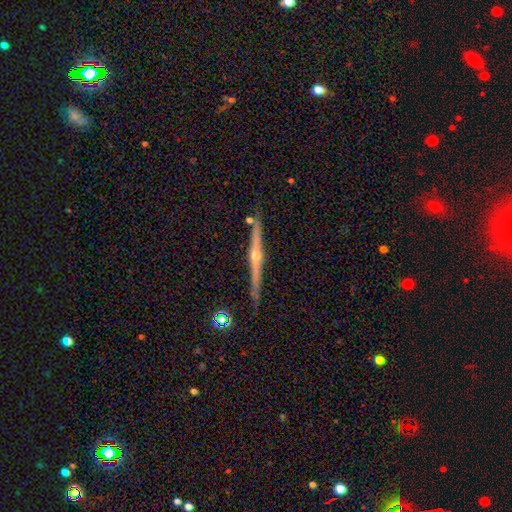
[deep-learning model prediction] Q: Smooth or featured?
A: featured or disk (85%); runner-up: smooth (9%)
Q: Edge-on disk?
A: yes (98%); runner-up: no (2%)
Q: Edge-on bulge?
A: rounded (92%); runner-up: none (6%)
Q: Merging?
A: none (88%); runner-up: minor disturbance (8%)